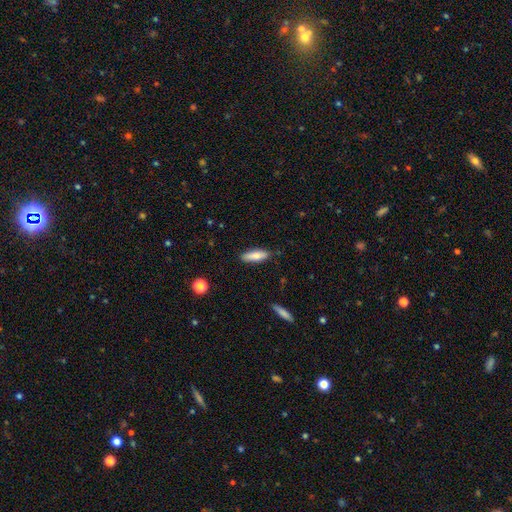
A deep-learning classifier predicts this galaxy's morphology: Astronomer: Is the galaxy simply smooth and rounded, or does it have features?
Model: smooth — 78%.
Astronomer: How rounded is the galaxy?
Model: cigar-shaped — 51% (runner-up: in between, 47%).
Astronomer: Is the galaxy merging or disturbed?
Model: none — 82%.